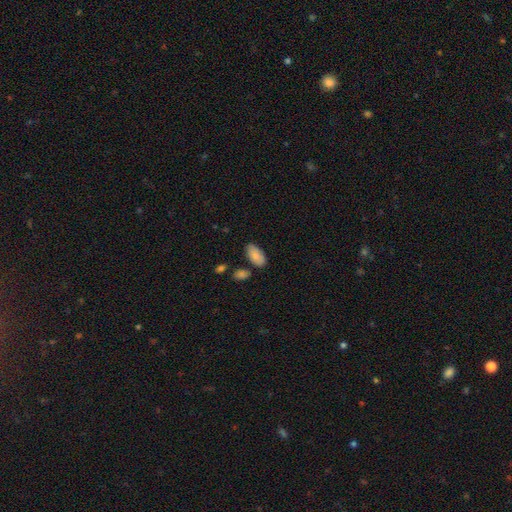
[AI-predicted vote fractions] smooth_or_featured: smooth (p=0.84) [alt: featured or disk p=0.10]
how_rounded: in between (p=0.94) [alt: cigar-shaped p=0.04]
merging: none (p=0.75) [alt: minor disturbance p=0.16]